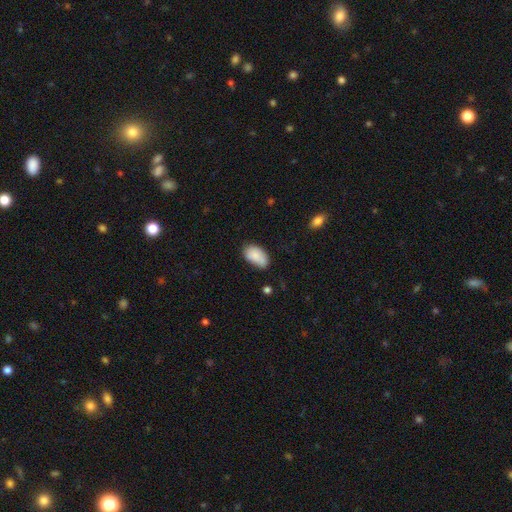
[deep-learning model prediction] Morphology: type=smooth (86%); roundness=in between (93%); merging=none (60%).